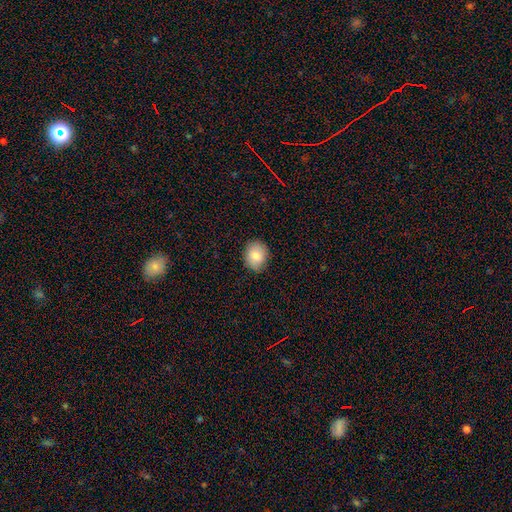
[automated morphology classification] Smooth or featured? smooth (83%)
How rounded? in between (50%, tied with round)
Merging? none (85%)